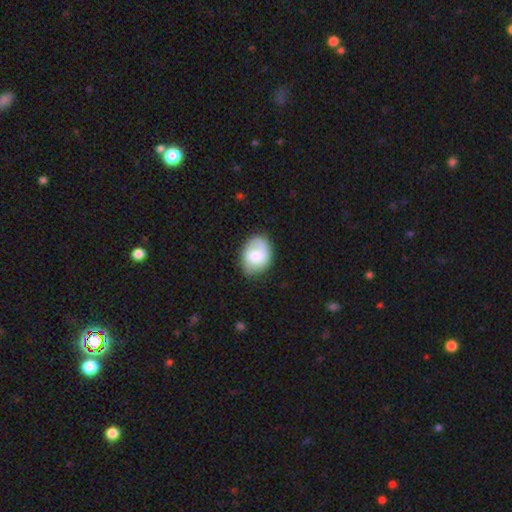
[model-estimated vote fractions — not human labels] Smooth or featured? Predicted: smooth (p=0.69). How rounded? Predicted: in between (p=0.69). Merging? Predicted: none (p=0.68).